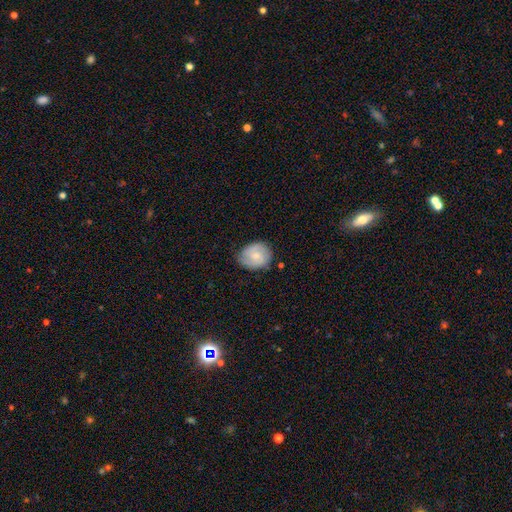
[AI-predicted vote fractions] smooth_or_featured: smooth (p=0.53) [alt: featured or disk p=0.41]
how_rounded: round (p=0.65) [alt: in between p=0.34]
merging: none (p=0.72) [alt: minor disturbance p=0.22]